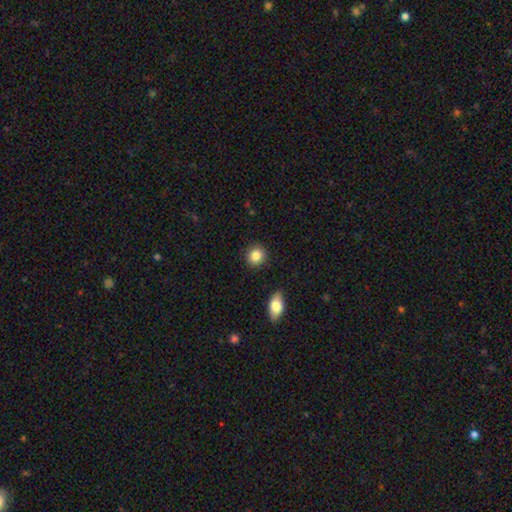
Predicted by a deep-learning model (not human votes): Overall: smooth (86%). How rounded: round (85%). Merging: none (90%).